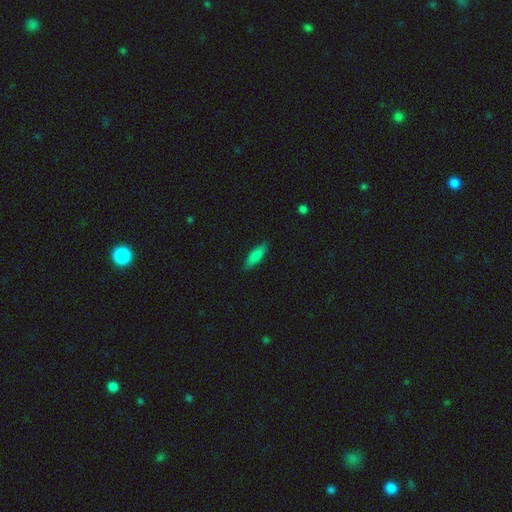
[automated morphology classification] smooth 84%, featured or disk 10%, star or artifact 7%. Down the decision tree: how rounded — cigar-shaped (50%); merging — none (87%).